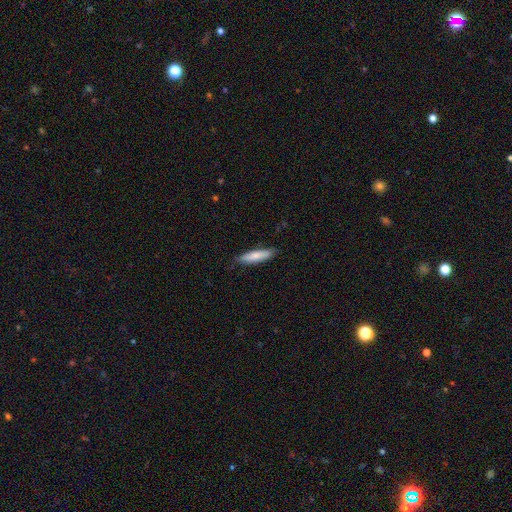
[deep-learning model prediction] This appears to be a smooth galaxy with no disk features (77%) that is cigar-shaped (74%). Merging: none (83%).